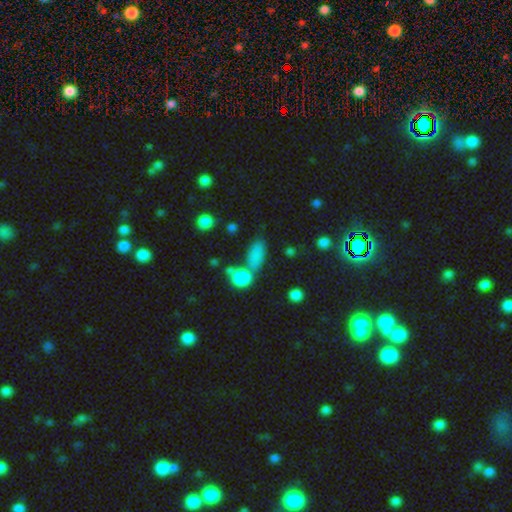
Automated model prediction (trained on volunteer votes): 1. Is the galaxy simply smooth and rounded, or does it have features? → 81% smooth, 12% star or artifact, 7% featured or disk.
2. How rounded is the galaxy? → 77% in between, 12% round, 12% cigar-shaped.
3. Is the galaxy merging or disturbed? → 55% none, 22% merger, 16% minor disturbance, 7% major disturbance.